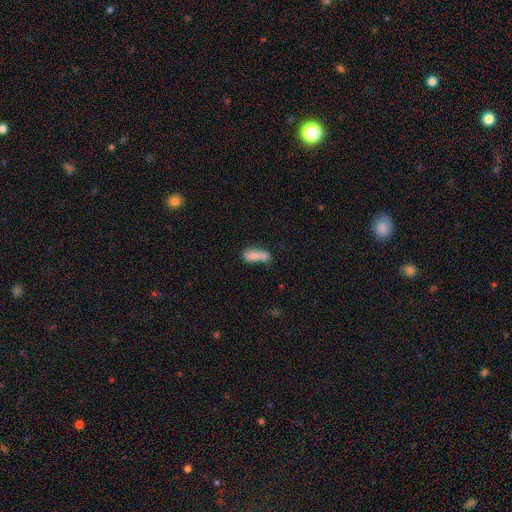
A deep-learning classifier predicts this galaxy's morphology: smooth 73%, featured or disk 17%, star or artifact 10%. Down the decision tree: how rounded — in between (74%); merging — merger (61%).